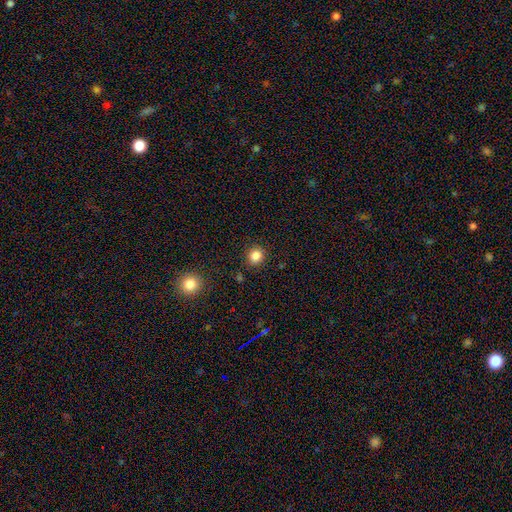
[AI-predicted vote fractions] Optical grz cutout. It shows a smooth galaxy with no disk features (85%) that is round (84%). Merging: none (87%).